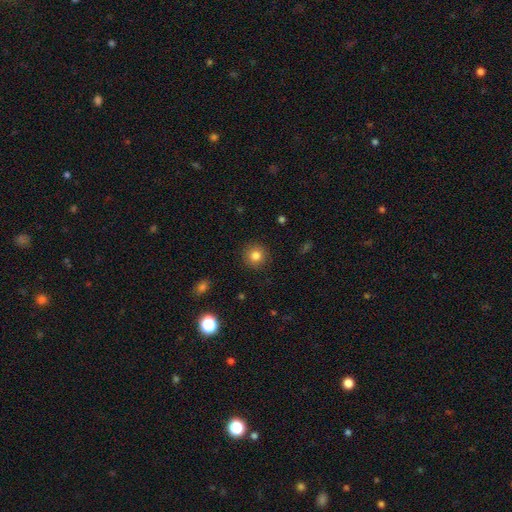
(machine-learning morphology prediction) A smooth galaxy with no disk features (82%) that is round (92%). Merging: none (90%).